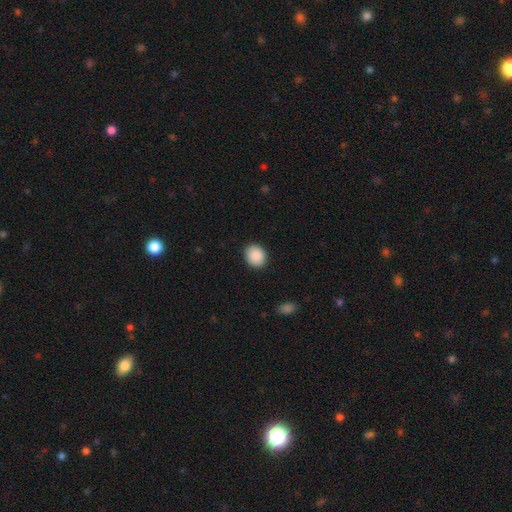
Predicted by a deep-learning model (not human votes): Overall: smooth (90%). How rounded: round (58%; in between 41%). Merging: none (89%).